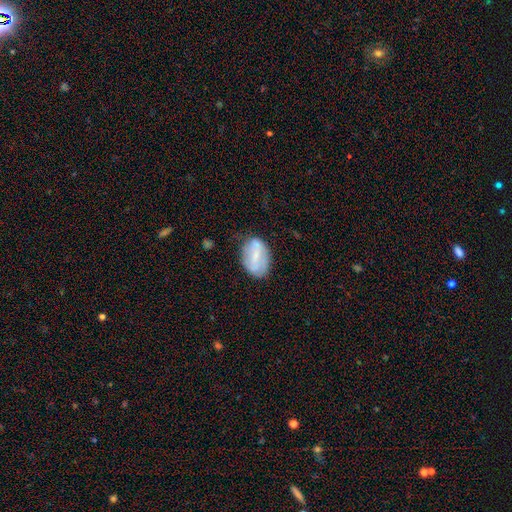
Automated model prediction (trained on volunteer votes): A smooth galaxy with no disk features (50%) that is in between round and cigar-shaped (85%). Merging: none (61%).